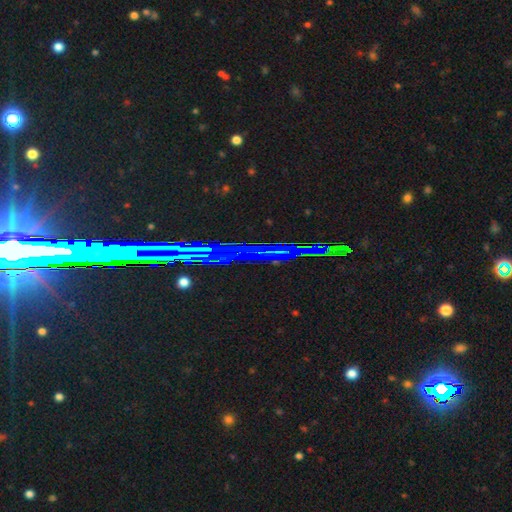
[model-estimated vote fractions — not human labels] The model was most divided on "smooth or featured": star or artifact: 66%, featured or disk: 20%, smooth: 14%.